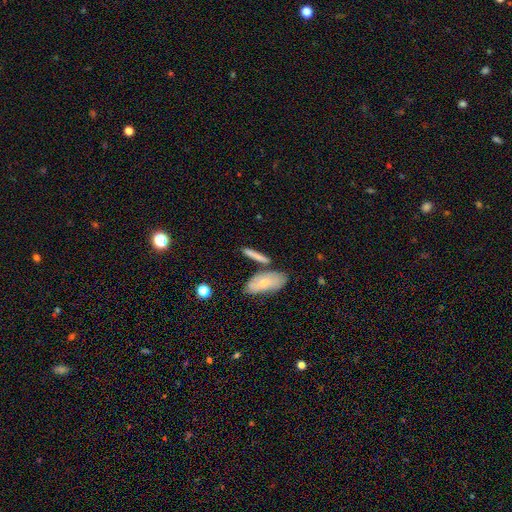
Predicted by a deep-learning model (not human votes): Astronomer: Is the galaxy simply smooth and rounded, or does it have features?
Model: smooth — 70%.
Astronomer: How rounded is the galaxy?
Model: cigar-shaped — 69%.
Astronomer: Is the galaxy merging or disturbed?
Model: none — 68%.